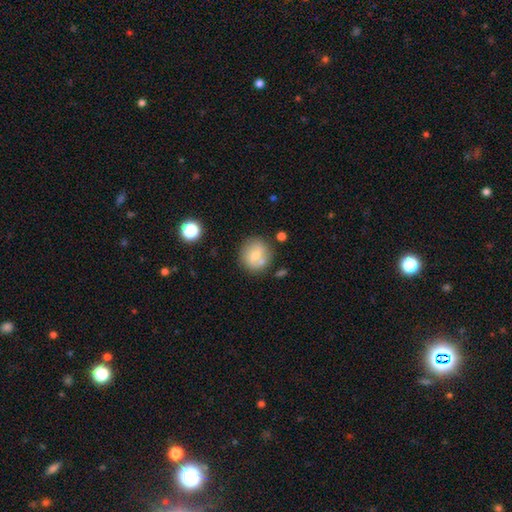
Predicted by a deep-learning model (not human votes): smooth_or_featured: smooth (p=0.64) [alt: featured or disk p=0.27]
how_rounded: round (p=0.89) [alt: in between p=0.10]
merging: none (p=0.69) [alt: merger p=0.14]